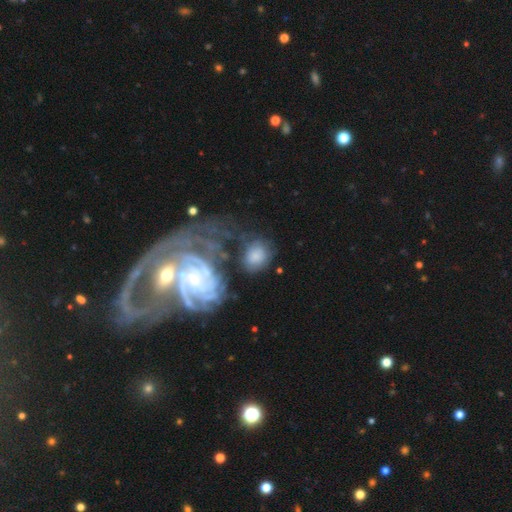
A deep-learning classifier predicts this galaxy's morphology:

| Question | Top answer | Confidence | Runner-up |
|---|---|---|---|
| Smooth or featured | smooth | 53% | featured or disk (37%) |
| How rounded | round | 58% | in between (40%) |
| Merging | none | 56% | minor disturbance (17%) |